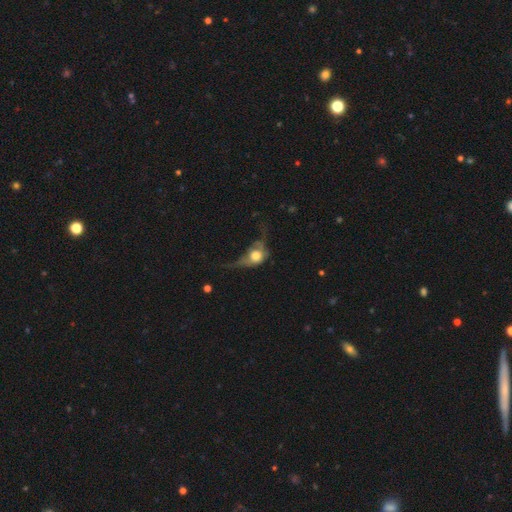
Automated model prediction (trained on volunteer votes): The model was most divided on "smooth or featured": smooth: 48%, featured or disk: 41%, star or artifact: 10%. More confident: merging — major disturbance (51%).